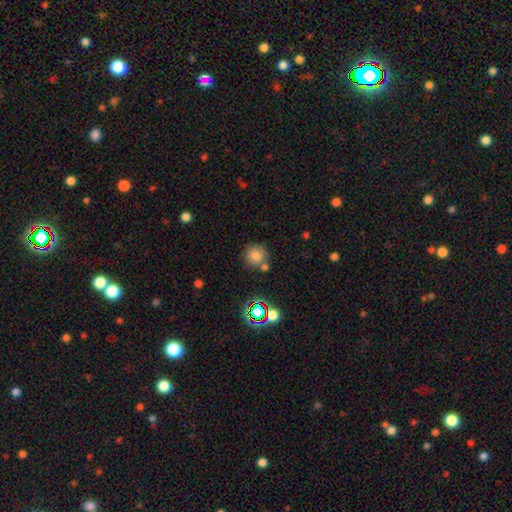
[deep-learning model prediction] A smooth galaxy with no disk features (78%) that is round (91%). Merging: none (68%).